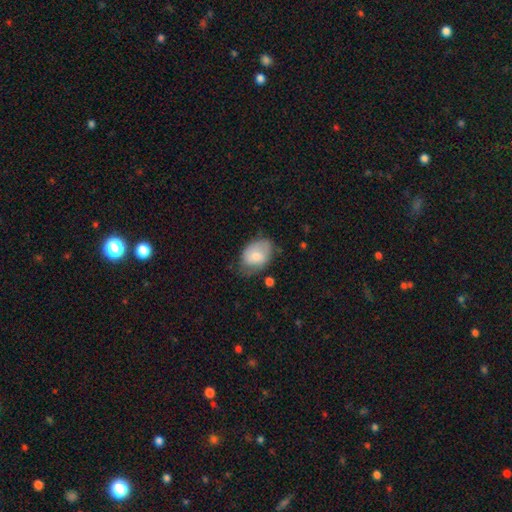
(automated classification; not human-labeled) This is likely a smooth galaxy (69%). How rounded: likely in between (80%). Merging: possibly none (55%).